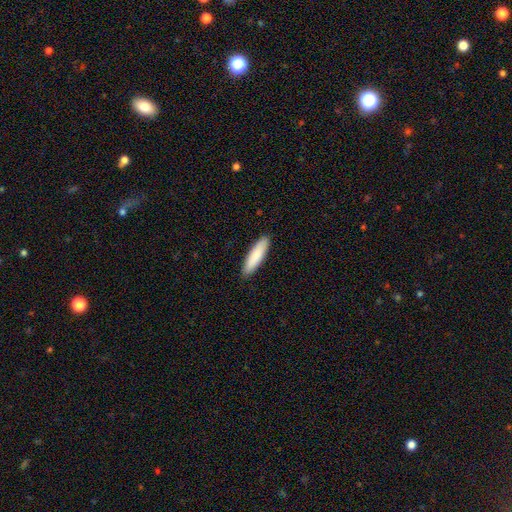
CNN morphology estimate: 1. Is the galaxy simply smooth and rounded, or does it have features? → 86% smooth, 8% featured or disk, 5% star or artifact.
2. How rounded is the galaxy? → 69% cigar-shaped, 30% in between, 1% round.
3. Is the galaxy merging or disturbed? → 90% none, 8% minor disturbance, 1% major disturbance, 1% merger.